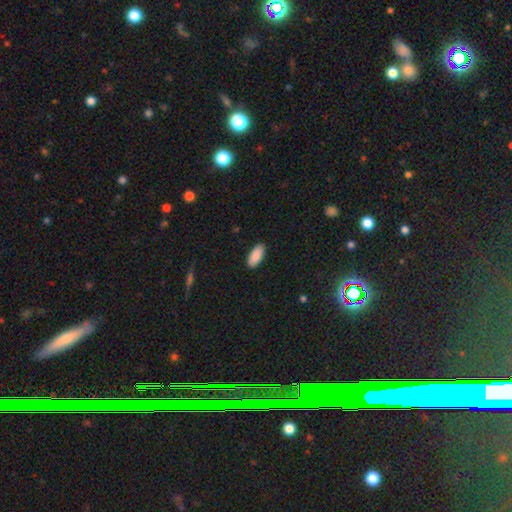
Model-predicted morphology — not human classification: Smooth or featured? Predicted: smooth (p=0.90). How rounded? Predicted: in between (p=0.88). Merging? Predicted: none (p=0.90).